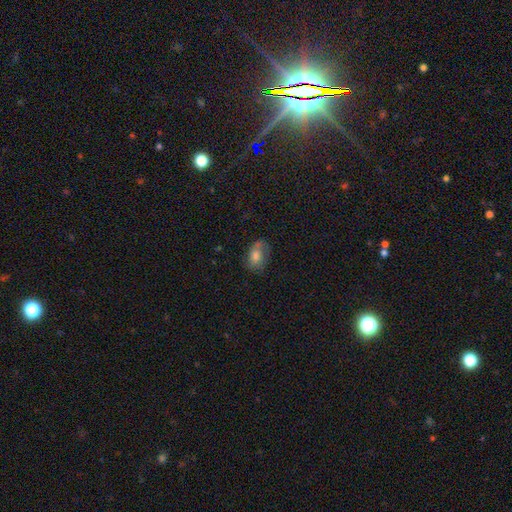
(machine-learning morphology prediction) Smooth or featured? smooth (54%)
How rounded? in between (74%)
Merging? none (62%)